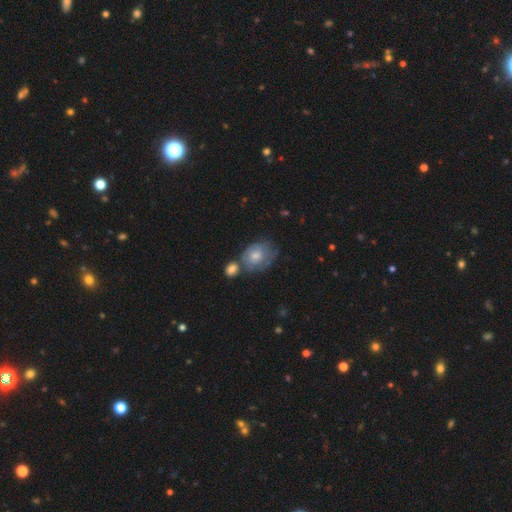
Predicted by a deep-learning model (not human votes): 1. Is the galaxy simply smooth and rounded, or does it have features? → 49% smooth, 43% featured or disk, 8% star or artifact.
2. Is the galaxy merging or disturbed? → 41% none, 24% merger, 23% minor disturbance, 12% major disturbance.